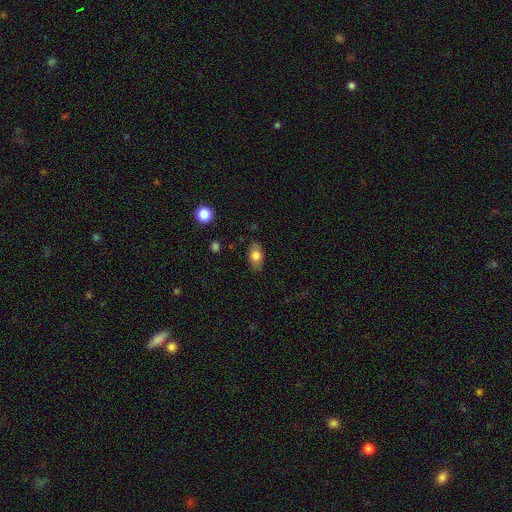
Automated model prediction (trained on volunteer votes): Smooth or featured: smooth — 79% (featured or disk — 13%)
How rounded: in between — 88% (round — 8%)
Merging: none — 83% (minor disturbance — 13%)